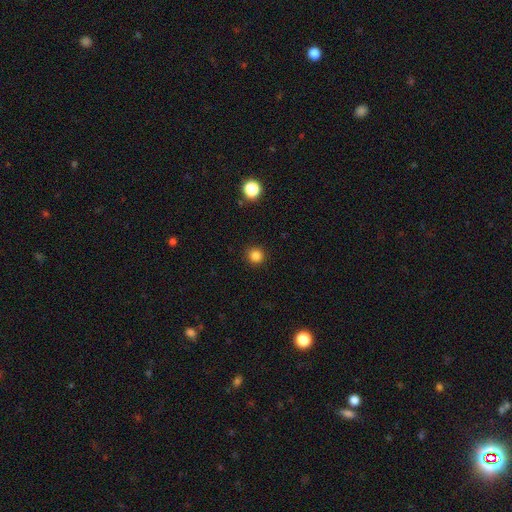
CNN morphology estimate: A smooth galaxy with no disk features (84%) that is round (94%). Merging: none (91%).